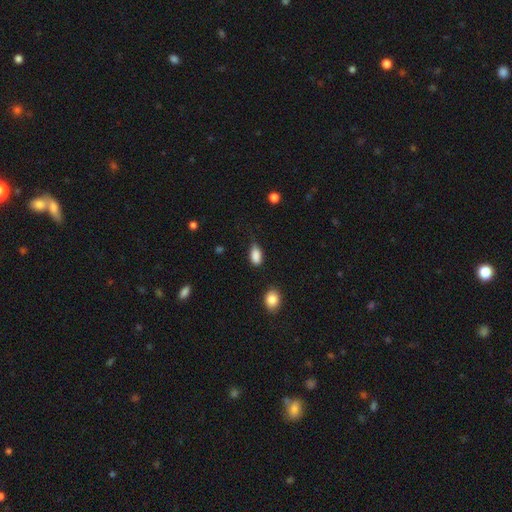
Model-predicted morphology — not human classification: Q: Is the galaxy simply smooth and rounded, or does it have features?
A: smooth — 86%.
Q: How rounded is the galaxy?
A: in between — 89%.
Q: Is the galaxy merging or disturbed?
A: none — 60%.